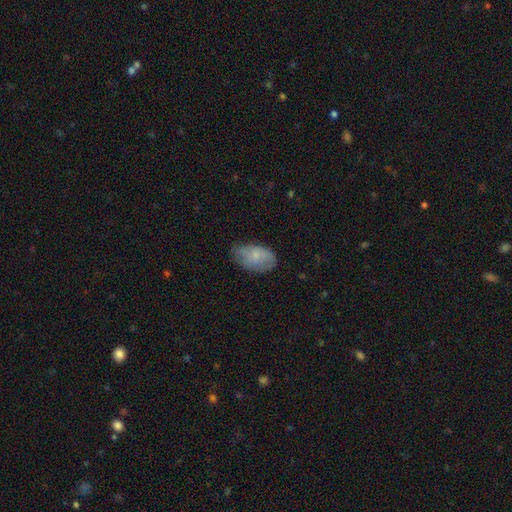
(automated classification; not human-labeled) Q: Smooth or featured?
A: smooth (73%); runner-up: featured or disk (20%)
Q: How rounded?
A: in between (92%); runner-up: round (6%)
Q: Merging?
A: none (61%); runner-up: minor disturbance (30%)